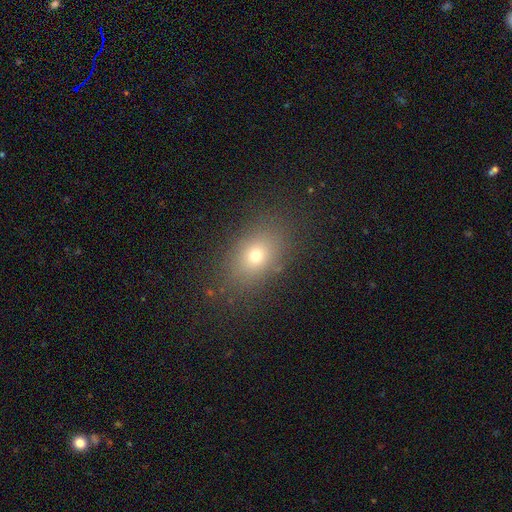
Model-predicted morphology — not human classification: A smooth galaxy with no disk features (69%) that is in between round and cigar-shaped (73%). Merging: none (83%).